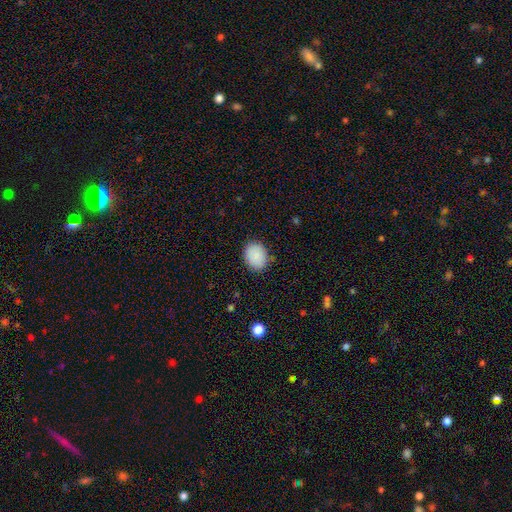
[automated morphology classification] smooth_or_featured: smooth (p=0.89) [alt: star or artifact p=0.07]
how_rounded: in between (p=0.56) [alt: round p=0.44]
merging: none (p=0.87) [alt: minor disturbance p=0.10]